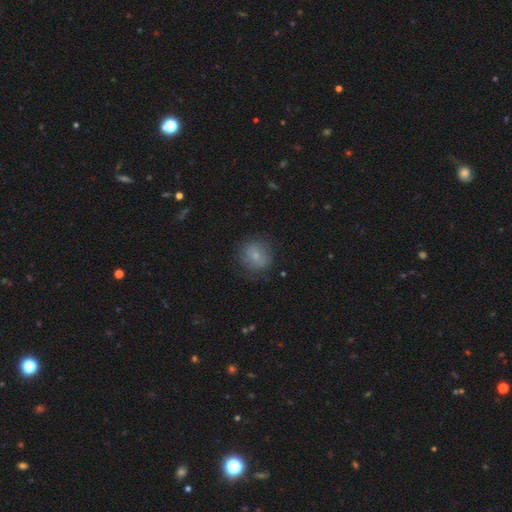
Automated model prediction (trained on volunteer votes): Smooth or featured: smooth — 70% (featured or disk — 21%)
How rounded: round — 82% (in between — 17%)
Merging: none — 71% (minor disturbance — 19%)